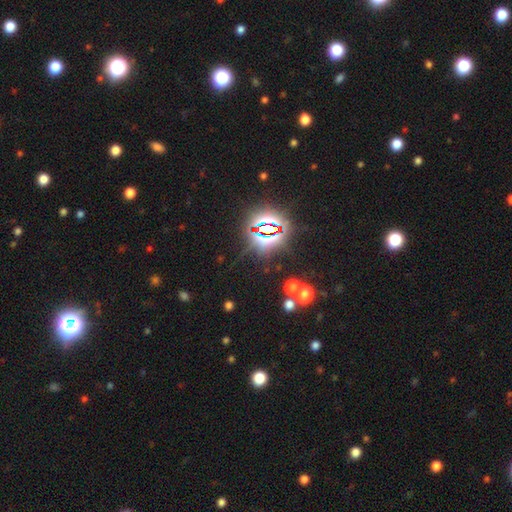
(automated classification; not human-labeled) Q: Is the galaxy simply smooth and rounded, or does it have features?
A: star or artifact — 84%.